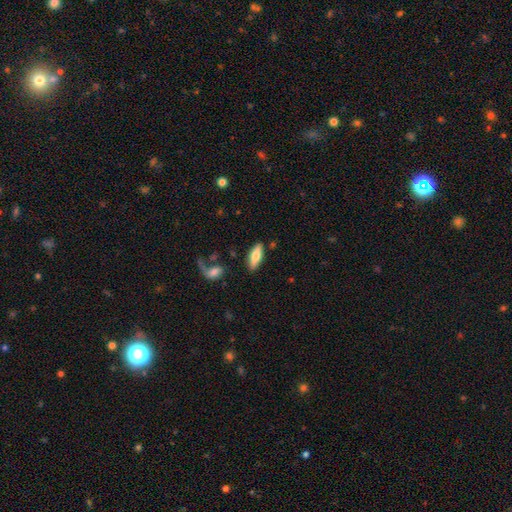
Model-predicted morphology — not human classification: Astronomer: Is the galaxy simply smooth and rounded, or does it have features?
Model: smooth — 62%.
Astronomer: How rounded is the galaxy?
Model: in between — 62%.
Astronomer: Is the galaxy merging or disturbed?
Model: none — 83%.